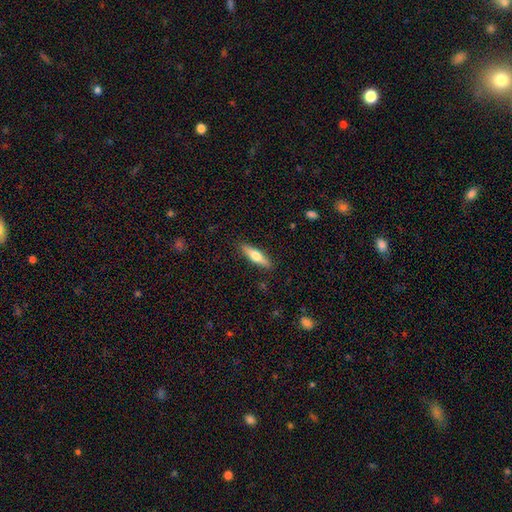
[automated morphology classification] Smooth or featured? Predicted: smooth (p=0.58). How rounded? Predicted: cigar-shaped (p=0.69). Merging? Predicted: none (p=0.89).